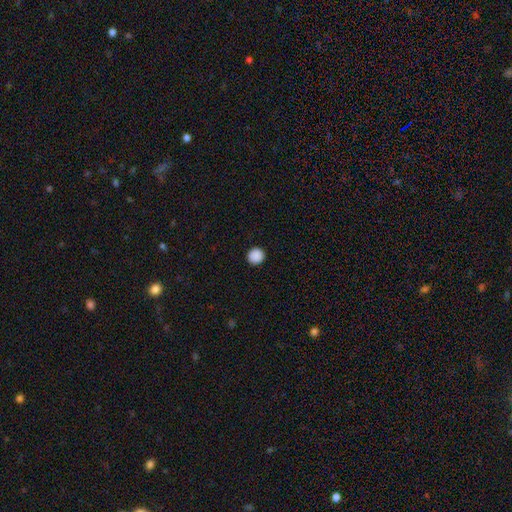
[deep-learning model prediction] Smooth or featured: smooth — 89% (star or artifact — 9%)
How rounded: round — 95% (in between — 5%)
Merging: none — 93% (minor disturbance — 4%)